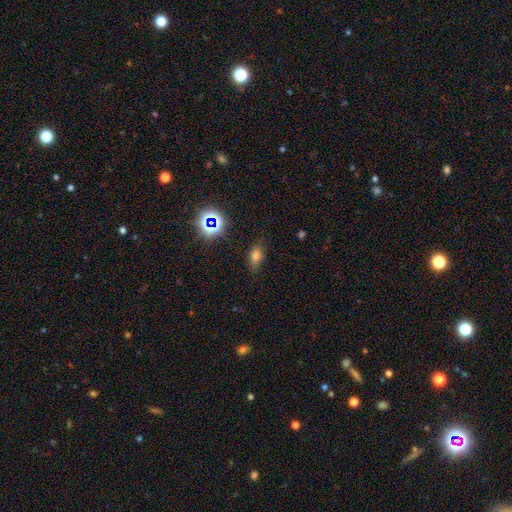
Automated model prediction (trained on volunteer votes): Smooth or featured: smooth — 67% (star or artifact — 20%)
How rounded: in between — 78% (round — 11%)
Merging: none — 80% (minor disturbance — 15%)